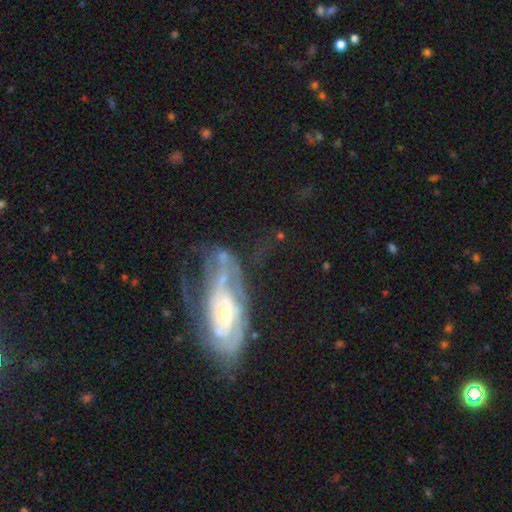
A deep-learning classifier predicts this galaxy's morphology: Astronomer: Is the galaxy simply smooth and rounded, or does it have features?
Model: featured or disk — 75%.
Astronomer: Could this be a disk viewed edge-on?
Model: no — 87%.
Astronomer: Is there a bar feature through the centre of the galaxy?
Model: no — 70%.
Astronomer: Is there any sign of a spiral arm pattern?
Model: yes — 78%.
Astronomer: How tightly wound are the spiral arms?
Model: tight — 62%.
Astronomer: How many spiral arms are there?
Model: can't tell — 56%.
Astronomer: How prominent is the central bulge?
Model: small — 61%.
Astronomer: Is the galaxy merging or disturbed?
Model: none — 56%.